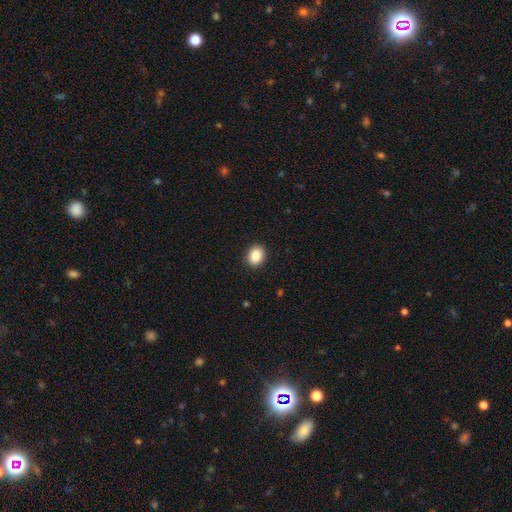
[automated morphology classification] Q: Smooth or featured?
A: smooth (86%); runner-up: star or artifact (9%)
Q: How rounded?
A: round (51%); runner-up: in between (48%)
Q: Merging?
A: none (91%); runner-up: minor disturbance (7%)